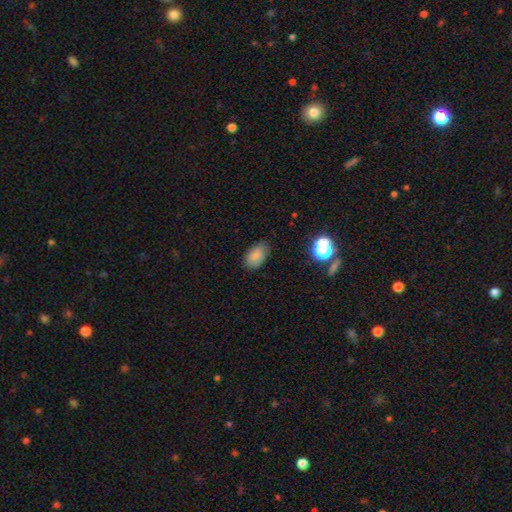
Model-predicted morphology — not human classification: Smooth or featured: smooth — 83% (star or artifact — 10%)
How rounded: in between — 90% (round — 9%)
Merging: none — 77% (minor disturbance — 18%)